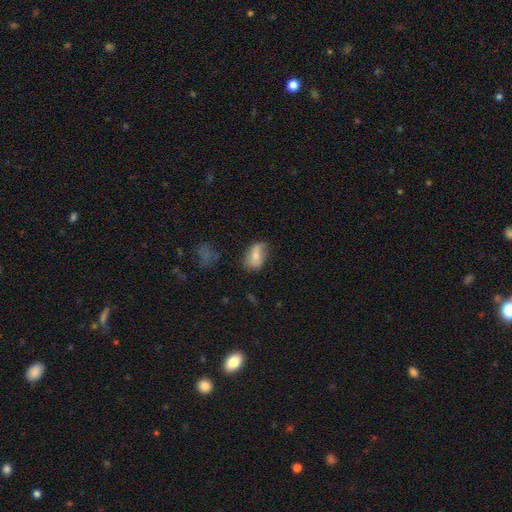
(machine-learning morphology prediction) The model was most divided on "merging": none: 60%, minor disturbance: 28%, major disturbance: 9%, merger: 3%. More confident: how rounded — in between (89%); smooth or featured — smooth (68%).